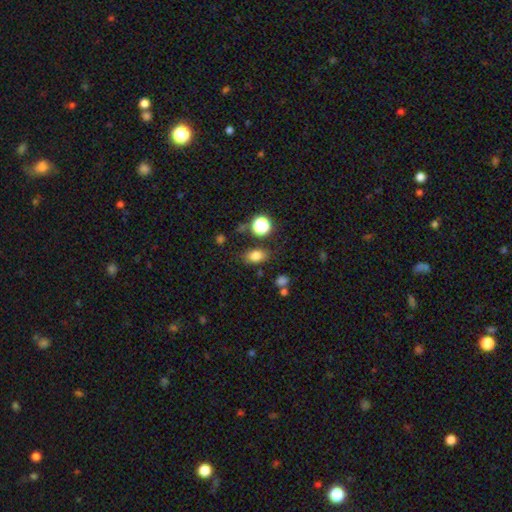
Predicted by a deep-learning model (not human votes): Smooth or featured: smooth — 79% (star or artifact — 13%)
How rounded: in between — 77% (round — 21%)
Merging: none — 80% (minor disturbance — 12%)